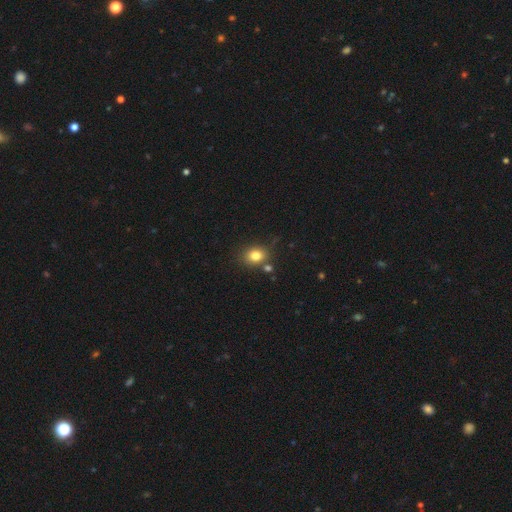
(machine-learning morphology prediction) A smooth galaxy with no disk features (80%) that is round (52%).

Vote fractions:
- Smooth or featured? smooth: 80% / star or artifact: 12% / featured or disk: 8%
- How rounded? round: 52% / in between: 47% / cigar-shaped: 1%
- Merging? none: 74% / minor disturbance: 13% / merger: 9% / major disturbance: 4%